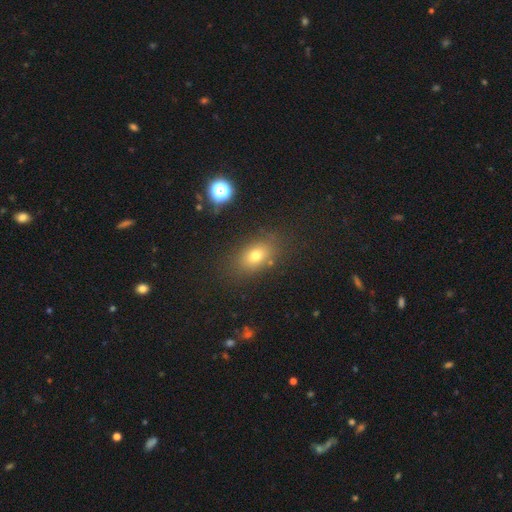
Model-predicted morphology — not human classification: Overall: smooth (71%). How rounded: in between (75%). Merging: none (81%).